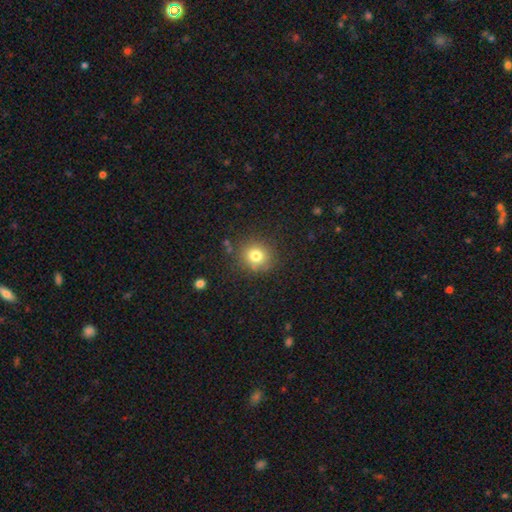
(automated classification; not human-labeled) Smooth or featured: smooth — 77% (star or artifact — 14%)
How rounded: round — 87% (in between — 12%)
Merging: none — 85% (minor disturbance — 9%)